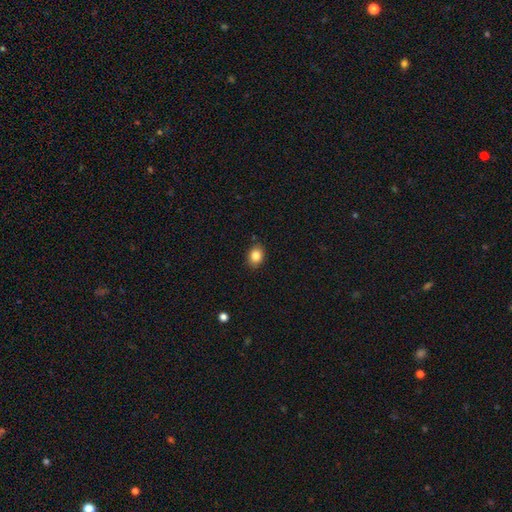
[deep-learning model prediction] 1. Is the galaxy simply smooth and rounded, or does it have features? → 84% smooth, 9% star or artifact, 7% featured or disk.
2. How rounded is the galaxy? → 60% in between, 39% round, 1% cigar-shaped.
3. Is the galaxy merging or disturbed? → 87% none, 10% minor disturbance, 2% major disturbance, 1% merger.